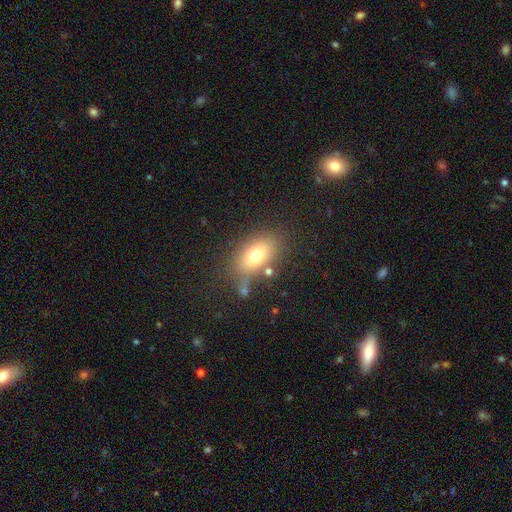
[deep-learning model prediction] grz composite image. It shows a smooth galaxy with no disk features (75%) that is in between round and cigar-shaped (87%). Merging: none (69%).